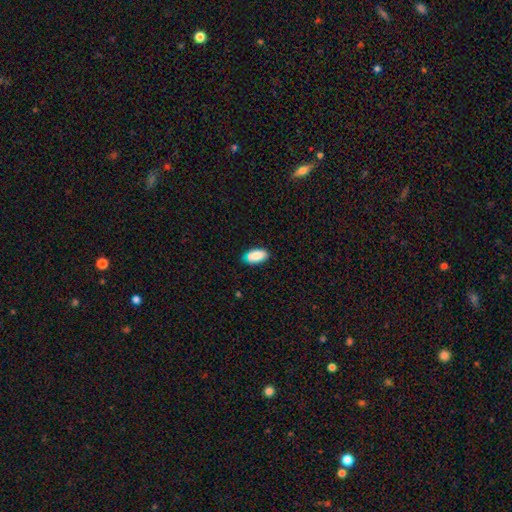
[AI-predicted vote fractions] Smooth or featured? Predicted: smooth (p=0.87). How rounded? Predicted: in between (p=0.93). Merging? Predicted: none (p=0.75).